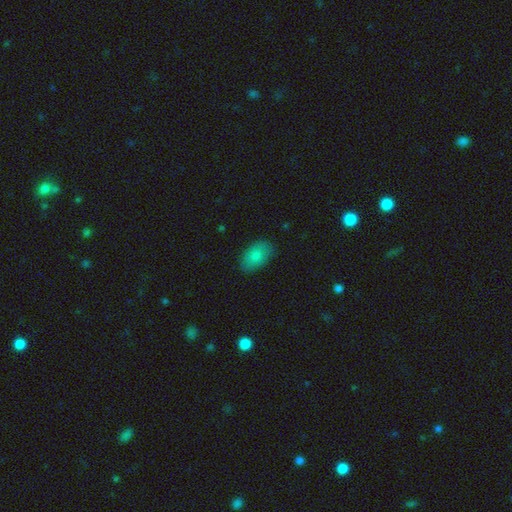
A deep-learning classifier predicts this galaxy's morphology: smooth 82%, featured or disk 10%, star or artifact 8%. Down the decision tree: how rounded — in between (91%); merging — none (83%).